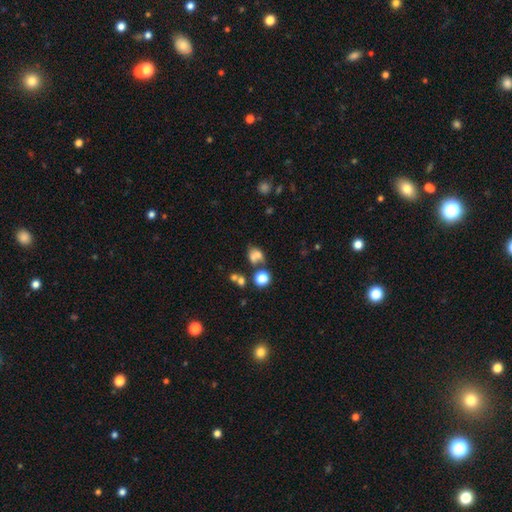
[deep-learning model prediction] Overall: smooth (65%). How rounded: round (52%; in between 47%). Merging: merger (43%; none 35%).